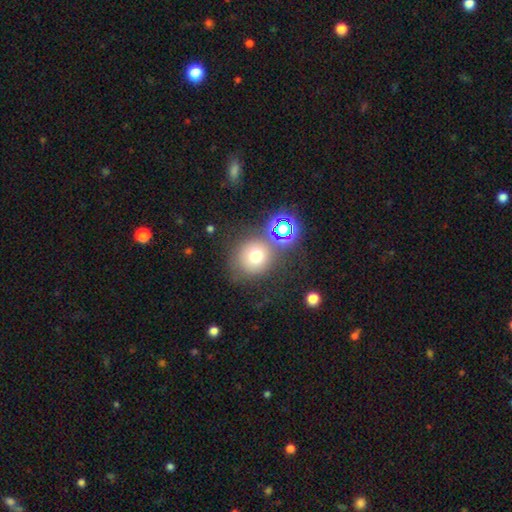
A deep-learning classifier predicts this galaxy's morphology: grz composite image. It shows a smooth galaxy with no disk features (68%) that is round (87%). Merging: none (64%).